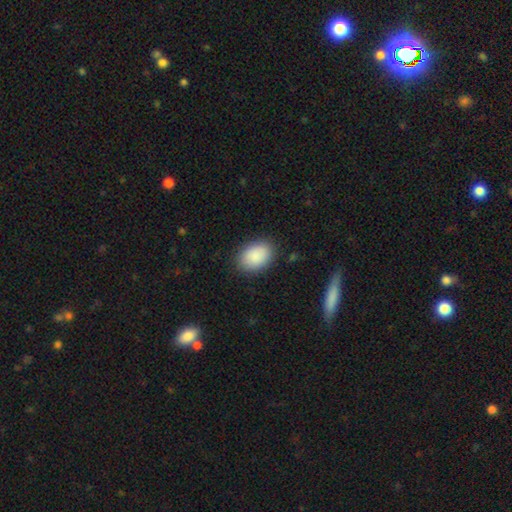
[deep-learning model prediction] The model was most divided on "how rounded": in between: 81%, round: 17%, cigar-shaped: 1%. More confident: smooth or featured — smooth (89%); merging — none (86%).